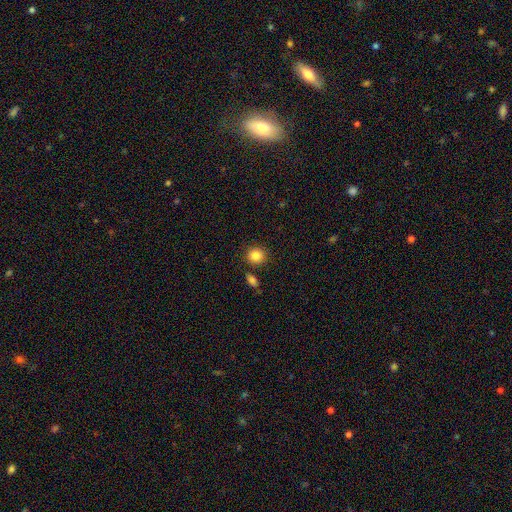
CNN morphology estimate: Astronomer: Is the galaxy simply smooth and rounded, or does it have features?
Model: smooth — 86%.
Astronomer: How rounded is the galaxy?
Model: round — 83%.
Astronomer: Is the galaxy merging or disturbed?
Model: none — 83%.